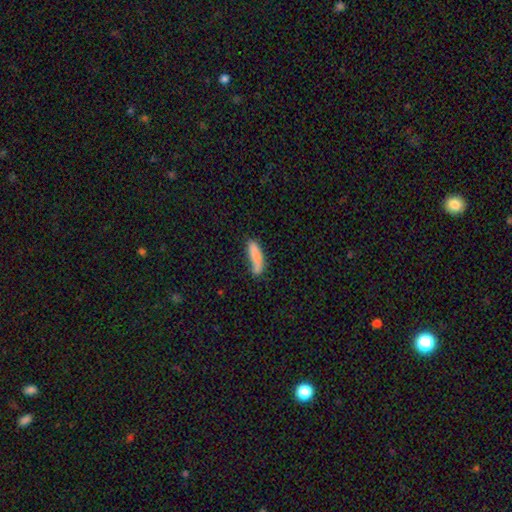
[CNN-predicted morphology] smooth-or-featured: smooth: 81% | featured or disk: 12% | star or artifact: 7%
  how-rounded: cigar-shaped: 63% | in between: 35% | round: 2%
  merging: none: 52% | minor disturbance: 26% | major disturbance: 11% | merger: 11%